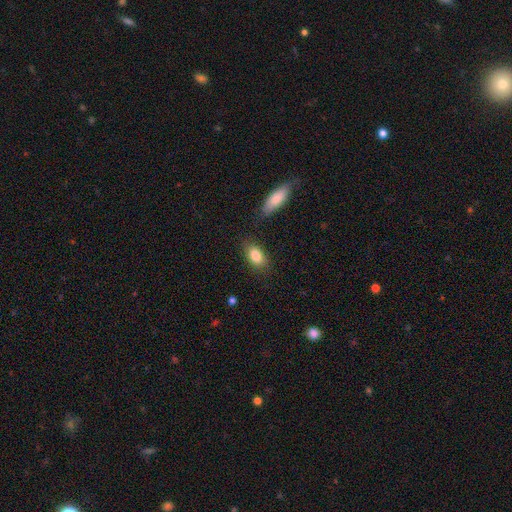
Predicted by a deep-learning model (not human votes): Smooth or featured: smooth — 84% (featured or disk — 8%)
How rounded: in between — 87% (round — 9%)
Merging: none — 82% (minor disturbance — 12%)